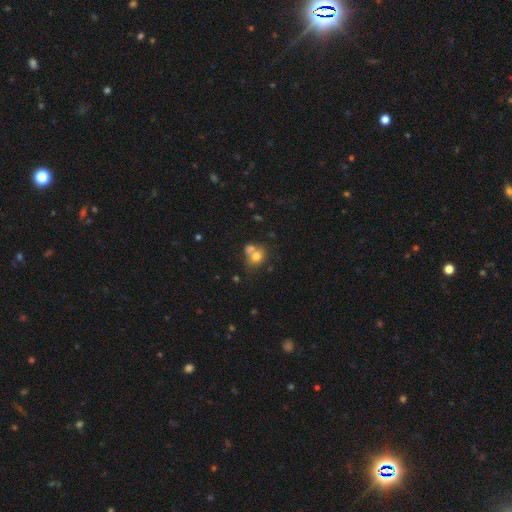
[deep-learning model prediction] Q: Smooth or featured?
A: smooth (74%); runner-up: featured or disk (15%)
Q: How rounded?
A: round (64%); runner-up: in between (35%)
Q: Merging?
A: merger (47%); runner-up: none (36%)